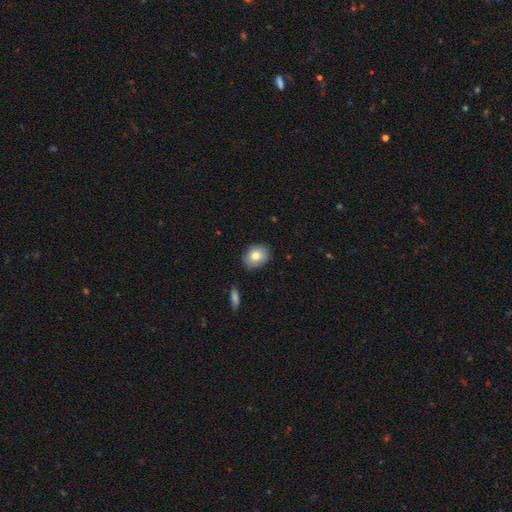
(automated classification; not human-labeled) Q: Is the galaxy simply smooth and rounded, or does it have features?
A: smooth — 80%.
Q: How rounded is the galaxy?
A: in between — 53%.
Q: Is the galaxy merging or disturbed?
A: none — 83%.